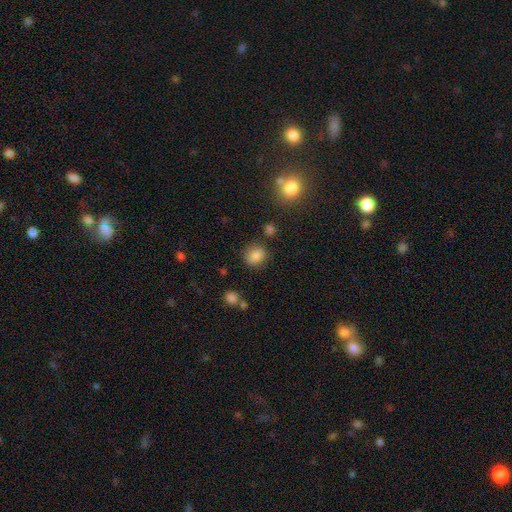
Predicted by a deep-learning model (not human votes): A smooth galaxy with no disk features (83%) that is round (74%). Merging: none (82%).